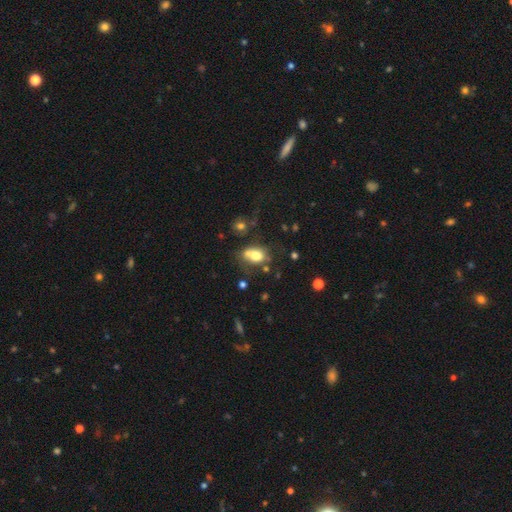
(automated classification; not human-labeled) Morphology: type=smooth (71%); roundness=in between (67%); merging=none (38%).